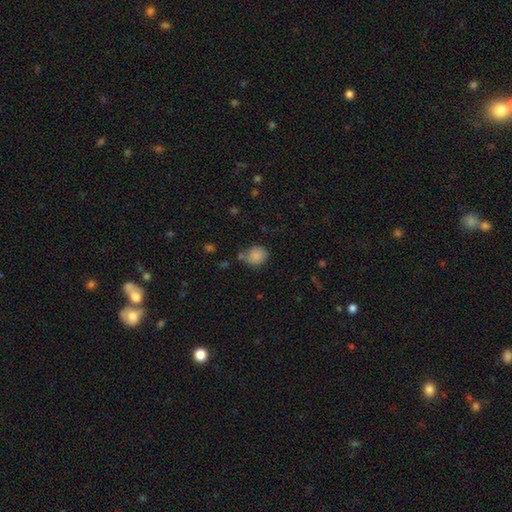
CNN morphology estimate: smooth 85%, star or artifact 9%, featured or disk 6%. Down the decision tree: how rounded — round (68%); merging — none (60%).